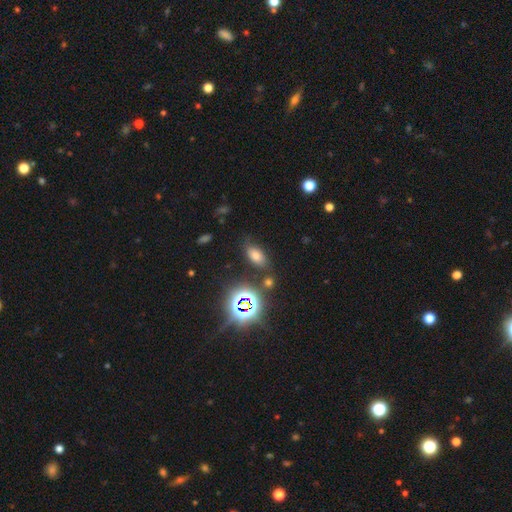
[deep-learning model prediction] Smooth or featured?
  - smooth: 62% *
  - star or artifact: 26%
  - featured or disk: 12%
How rounded?
  - in between: 87% *
  - round: 9%
  - cigar-shaped: 4%
Merging?
  - none: 78% *
  - minor disturbance: 13%
  - merger: 5%
  - major disturbance: 4%